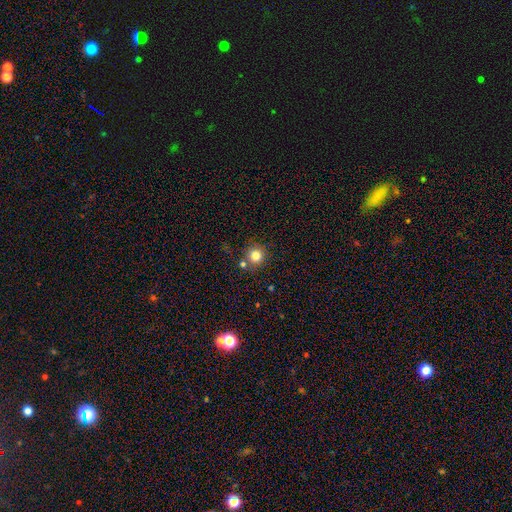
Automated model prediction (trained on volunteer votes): Q: Smooth or featured?
A: smooth (82%); runner-up: star or artifact (12%)
Q: How rounded?
A: round (93%); runner-up: in between (6%)
Q: Merging?
A: none (77%); runner-up: merger (11%)